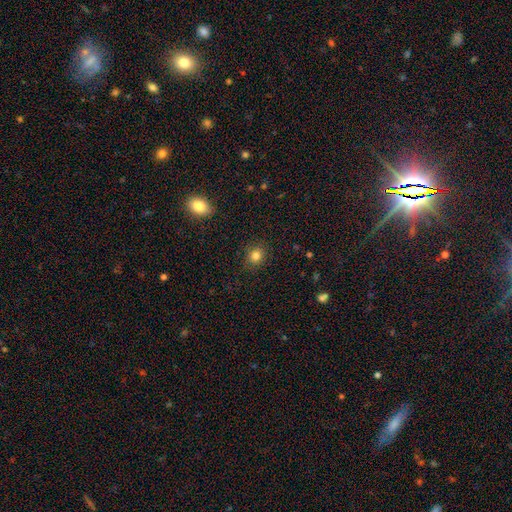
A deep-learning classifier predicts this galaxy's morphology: Smooth or featured: smooth — 82% (star or artifact — 12%)
How rounded: round — 76% (in between — 24%)
Merging: none — 87% (minor disturbance — 9%)